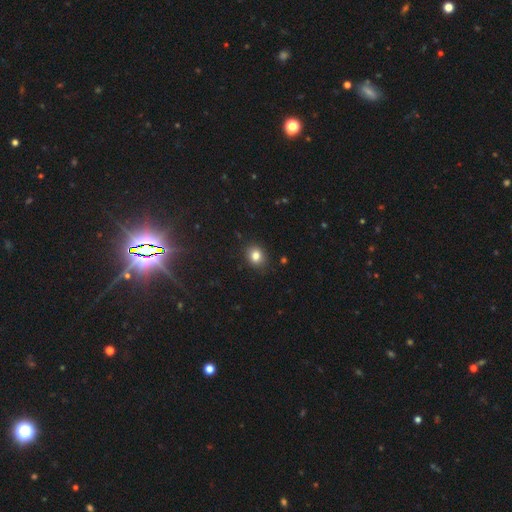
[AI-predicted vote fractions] Smooth or featured? Predicted: smooth (p=0.82). How rounded? Predicted: round (p=0.62). Merging? Predicted: none (p=0.87).